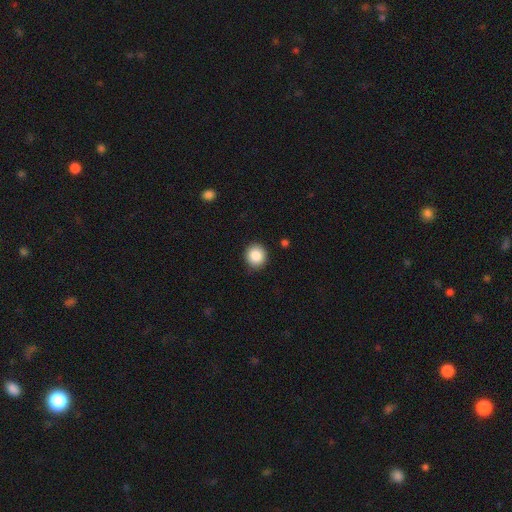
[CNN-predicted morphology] Overall: smooth (87%). How rounded: round (91%). Merging: none (89%).